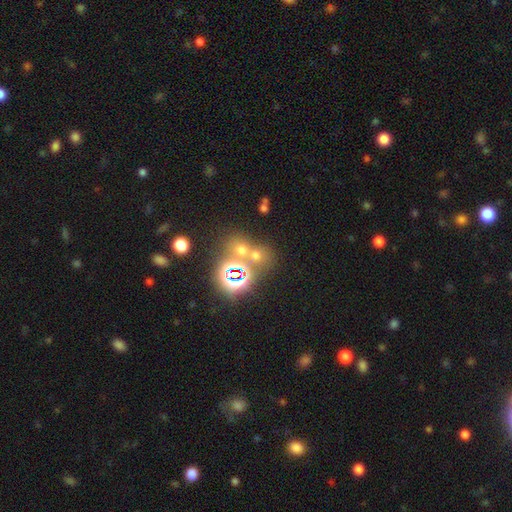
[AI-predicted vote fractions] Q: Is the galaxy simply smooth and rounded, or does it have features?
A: smooth — 48%.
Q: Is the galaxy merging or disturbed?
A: none — 53%.